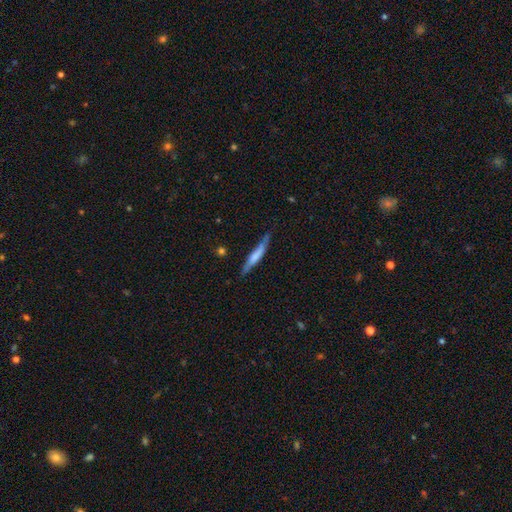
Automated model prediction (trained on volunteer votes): Smooth or featured? smooth (56%)
How rounded? cigar-shaped (92%)
Merging? none (70%)